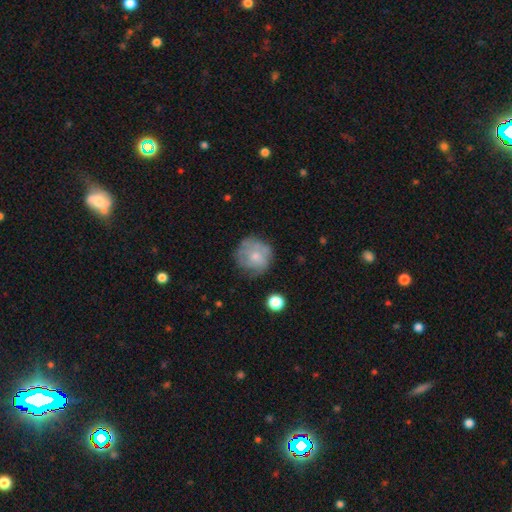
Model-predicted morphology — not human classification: Smooth or featured? smooth (51%)
How rounded? round (89%)
Merging? none (63%)